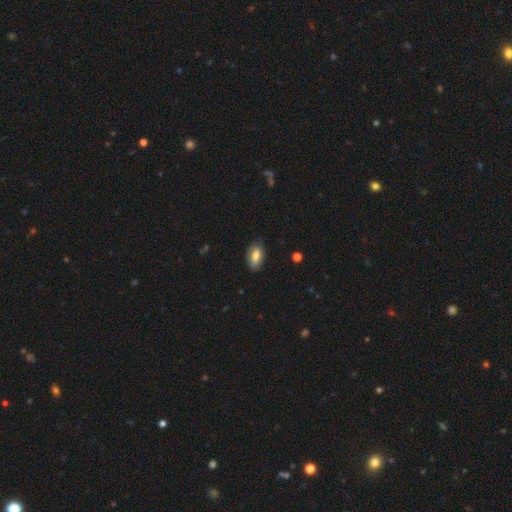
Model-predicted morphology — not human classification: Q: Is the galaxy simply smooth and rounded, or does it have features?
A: smooth — 73%.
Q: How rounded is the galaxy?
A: in between — 91%.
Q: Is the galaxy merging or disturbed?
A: none — 74%.